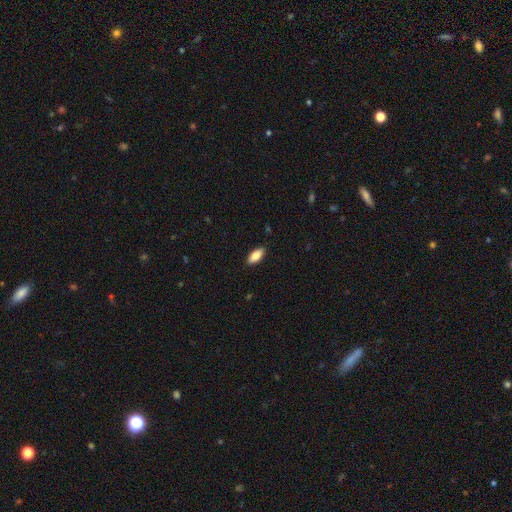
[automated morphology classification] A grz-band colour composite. It shows a smooth galaxy with no disk features (85%) that is in between round and cigar-shaped (88%). Merging: none (89%).